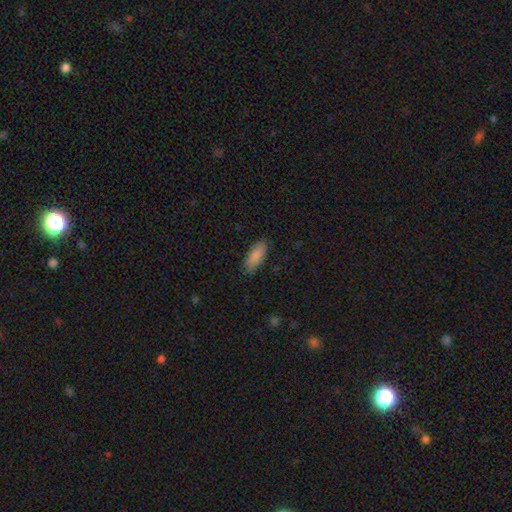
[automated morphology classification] smooth-or-featured: smooth: 85% | featured or disk: 9% | star or artifact: 6%
  how-rounded: in between: 81% | cigar-shaped: 18% | round: 2%
  merging: none: 84% | minor disturbance: 13% | major disturbance: 2% | merger: 1%